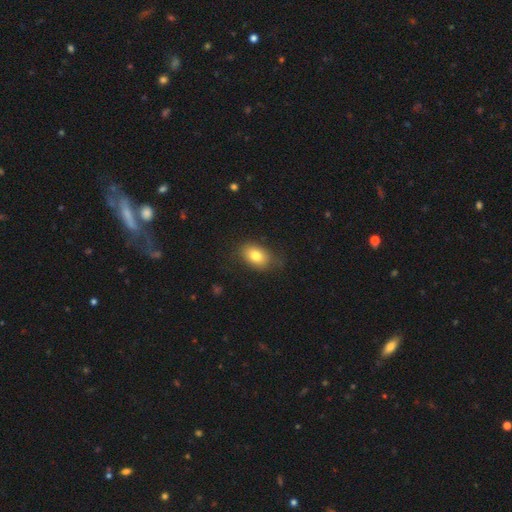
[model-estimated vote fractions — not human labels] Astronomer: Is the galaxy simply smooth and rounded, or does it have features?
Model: smooth — 79%.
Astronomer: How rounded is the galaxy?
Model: in between — 84%.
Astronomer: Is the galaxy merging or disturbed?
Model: none — 74%.